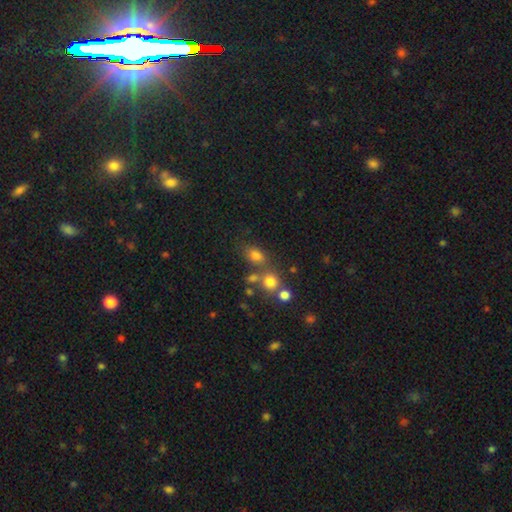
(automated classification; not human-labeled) Morphology: type=smooth (76%); roundness=in between (67%); merging=none (57%).